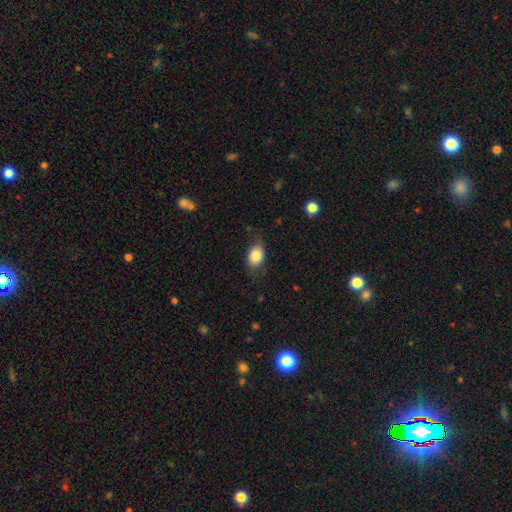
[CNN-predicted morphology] Q: Smooth or featured?
A: smooth (83%); runner-up: featured or disk (9%)
Q: How rounded?
A: in between (76%); runner-up: round (22%)
Q: Merging?
A: none (71%); runner-up: minor disturbance (22%)